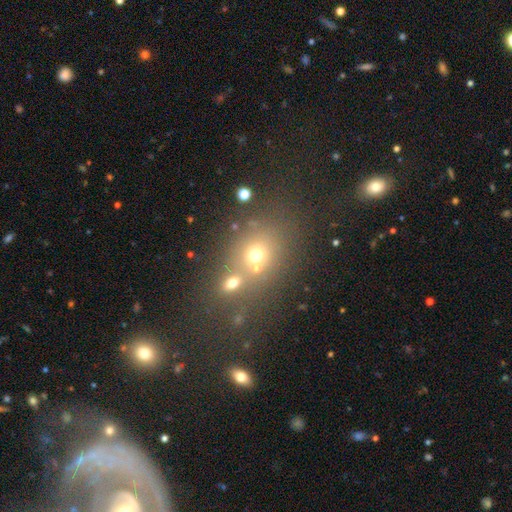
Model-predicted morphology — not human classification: smooth_or_featured: smooth (p=0.50) [alt: star or artifact p=0.32]
how_rounded: round (p=0.59) [alt: in between p=0.39]
merging: none (p=0.50) [alt: merger p=0.34]